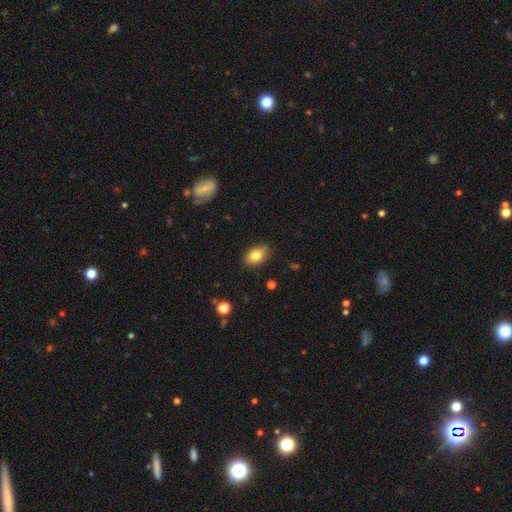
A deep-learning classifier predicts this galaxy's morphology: Q: Smooth or featured?
A: smooth (81%); runner-up: featured or disk (11%)
Q: How rounded?
A: in between (85%); runner-up: round (13%)
Q: Merging?
A: none (84%); runner-up: minor disturbance (13%)